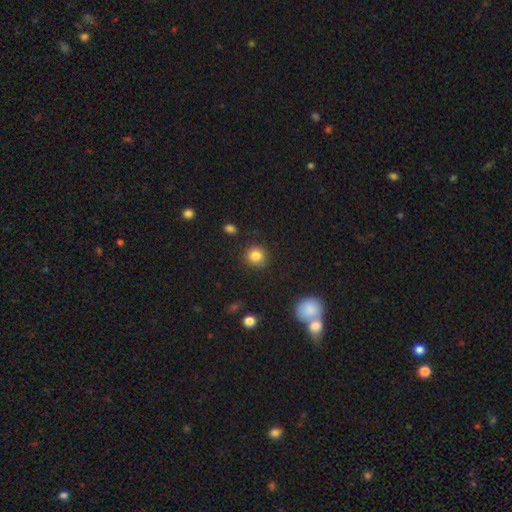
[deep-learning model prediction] This is clearly a smooth galaxy (84%). How rounded: clearly round (90%). Merging: clearly none (88%).